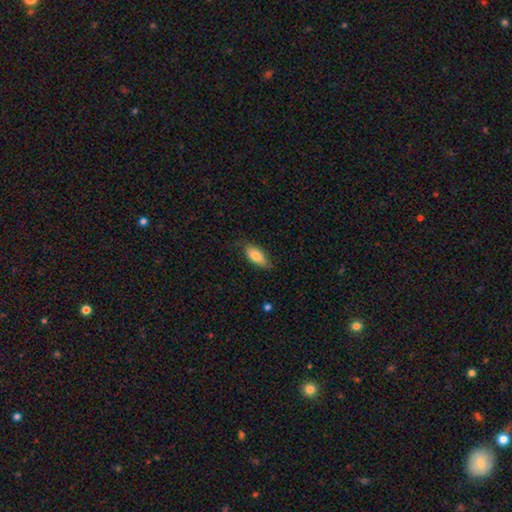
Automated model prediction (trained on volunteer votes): Smooth or featured? Predicted: smooth (p=0.78). How rounded? Predicted: in between (p=0.86). Merging? Predicted: none (p=0.74).